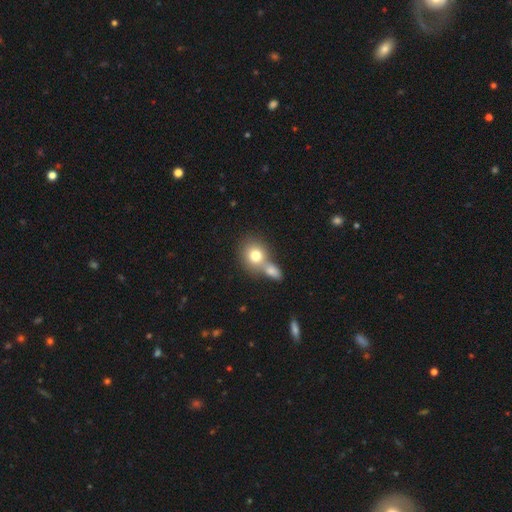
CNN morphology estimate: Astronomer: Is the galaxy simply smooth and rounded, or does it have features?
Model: smooth — 76%.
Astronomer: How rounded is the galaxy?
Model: round — 71%.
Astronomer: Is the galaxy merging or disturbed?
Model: merger — 52% (runner-up: none, 36%).